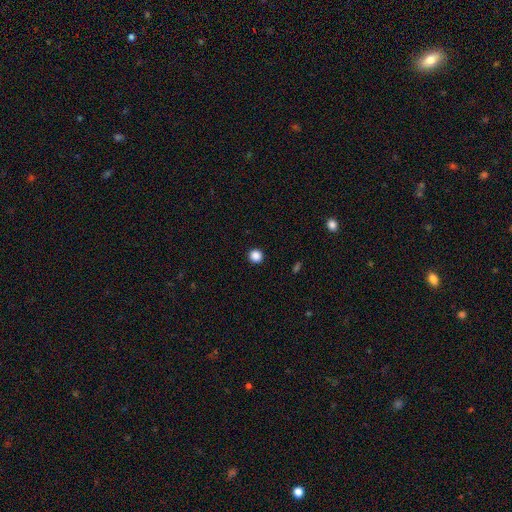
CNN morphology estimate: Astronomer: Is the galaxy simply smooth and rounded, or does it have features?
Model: smooth — 87%.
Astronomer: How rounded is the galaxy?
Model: round — 95%.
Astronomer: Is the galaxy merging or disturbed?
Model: none — 93%.